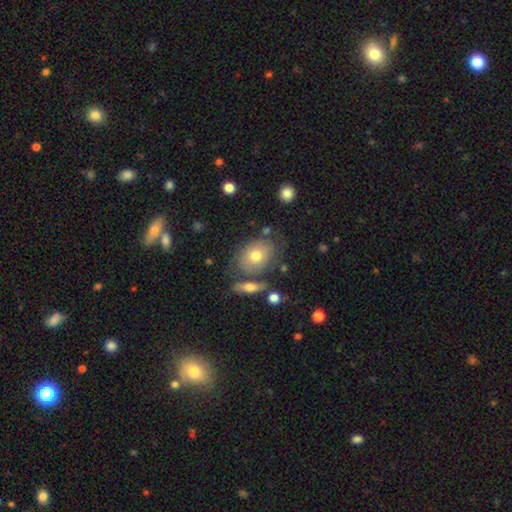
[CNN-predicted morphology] This is likely a smooth galaxy (65%). How rounded: likely in between (64%). Merging: likely none (64%).